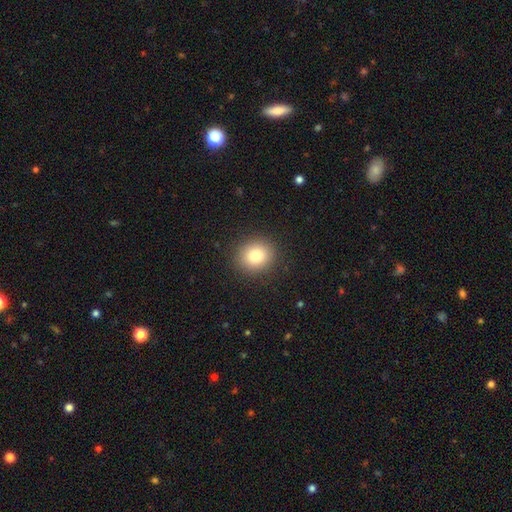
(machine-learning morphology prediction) Smooth or featured? Predicted: smooth (p=0.82). How rounded? Predicted: round (p=0.81). Merging? Predicted: none (p=0.90).